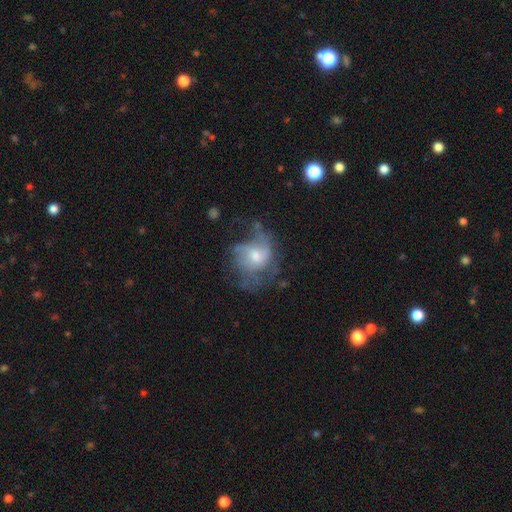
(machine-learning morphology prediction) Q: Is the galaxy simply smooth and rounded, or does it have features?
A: featured or disk — 59%.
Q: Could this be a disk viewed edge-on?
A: no — 97%.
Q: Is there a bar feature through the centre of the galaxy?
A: no — 69%.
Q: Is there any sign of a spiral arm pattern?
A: yes — 63%.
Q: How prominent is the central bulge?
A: moderate — 56%.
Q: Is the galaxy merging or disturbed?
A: none — 38%.